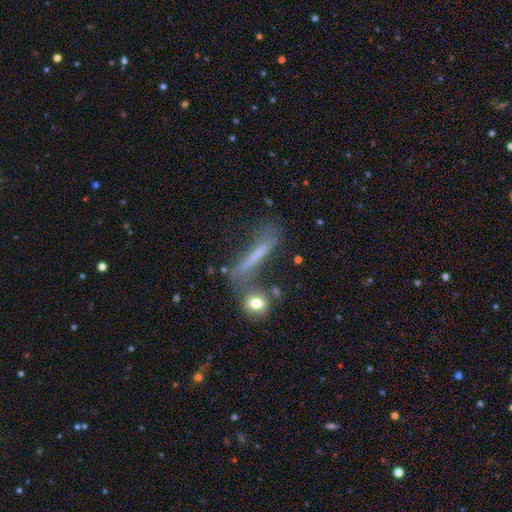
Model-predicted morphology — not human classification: smooth-or-featured: smooth: 47% | featured or disk: 39% | star or artifact: 13%
  merging: none: 46% | minor disturbance: 21% | major disturbance: 18% | merger: 16%